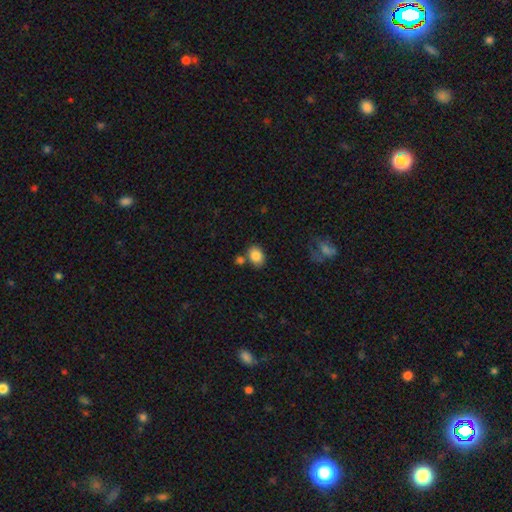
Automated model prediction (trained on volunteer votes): Q: Smooth or featured?
A: smooth (85%); runner-up: star or artifact (8%)
Q: How rounded?
A: in between (64%); runner-up: round (35%)
Q: Merging?
A: none (72%); runner-up: merger (13%)